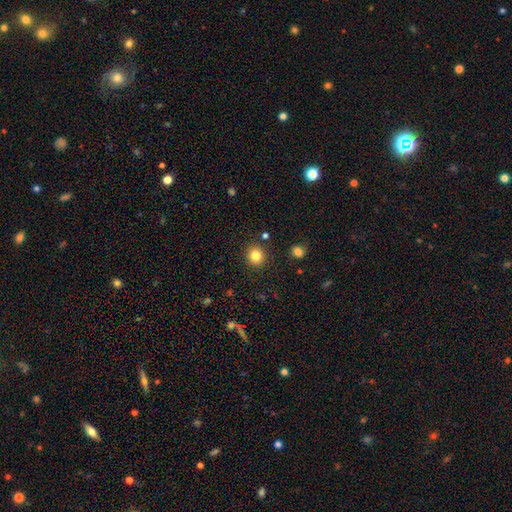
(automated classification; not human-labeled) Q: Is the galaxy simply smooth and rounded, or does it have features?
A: smooth — 82%.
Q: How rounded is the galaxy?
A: round — 90%.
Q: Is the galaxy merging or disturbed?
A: none — 90%.